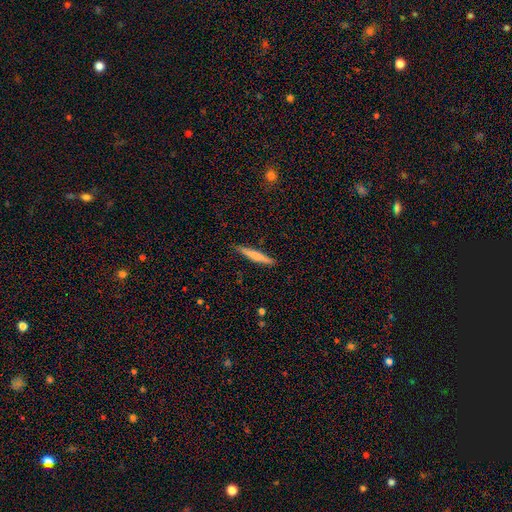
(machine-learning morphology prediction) This appears to be a smooth galaxy with no disk features (67%) that is cigar-shaped (94%). Merging: none (88%).